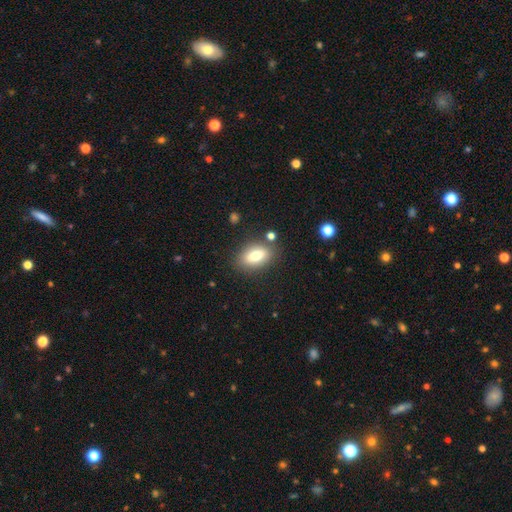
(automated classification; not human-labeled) The model was most divided on "smooth or featured": smooth: 73%, featured or disk: 19%, star or artifact: 9%. More confident: how rounded — in between (85%); merging — none (81%).